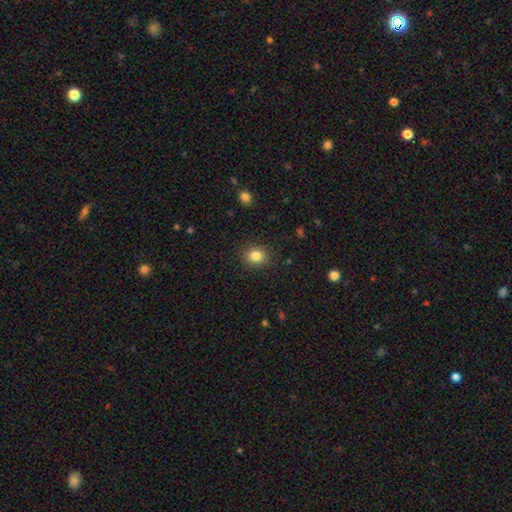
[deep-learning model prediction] A smooth galaxy with no disk features (83%) that is round (71%).

Vote fractions:
- Smooth or featured? smooth: 83% / star or artifact: 11% / featured or disk: 6%
- How rounded? round: 71% / in between: 28% / cigar-shaped: 1%
- Merging? none: 89% / minor disturbance: 8% / major disturbance: 2% / merger: 1%